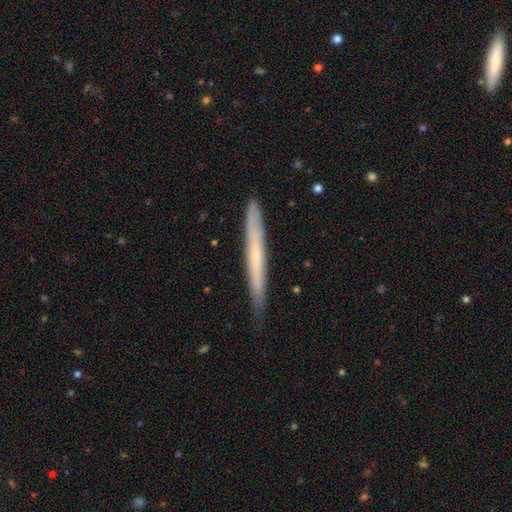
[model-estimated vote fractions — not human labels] Q: Smooth or featured?
A: featured or disk (49%); runner-up: smooth (45%)
Q: Merging?
A: none (83%); runner-up: minor disturbance (14%)